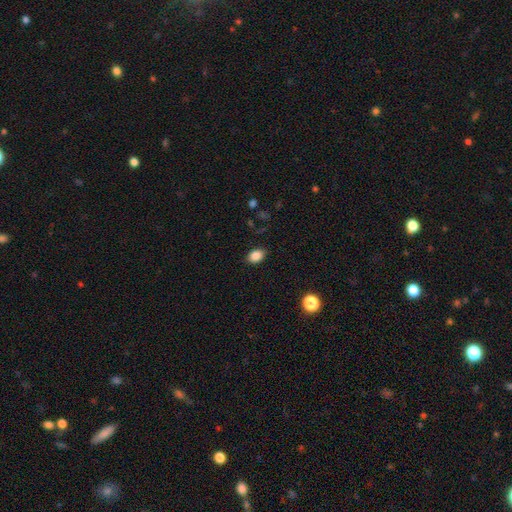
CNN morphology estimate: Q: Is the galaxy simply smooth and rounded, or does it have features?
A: smooth — 86%.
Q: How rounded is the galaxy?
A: in between — 76%.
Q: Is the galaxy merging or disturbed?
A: none — 86%.